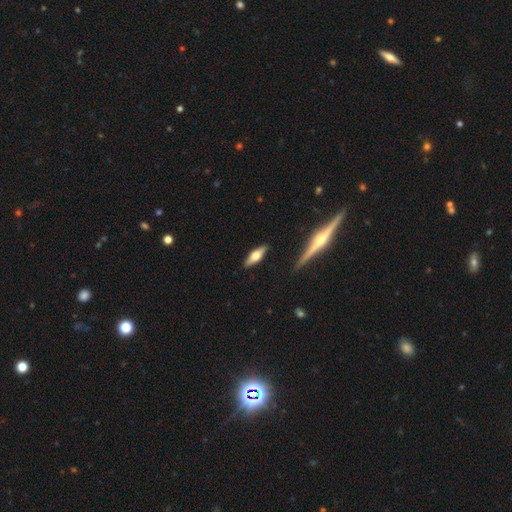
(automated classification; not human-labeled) smooth_or_featured: smooth (p=0.52) [alt: featured or disk p=0.42]
how_rounded: in between (p=0.57) [alt: cigar-shaped p=0.40]
merging: none (p=0.87) [alt: minor disturbance p=0.09]